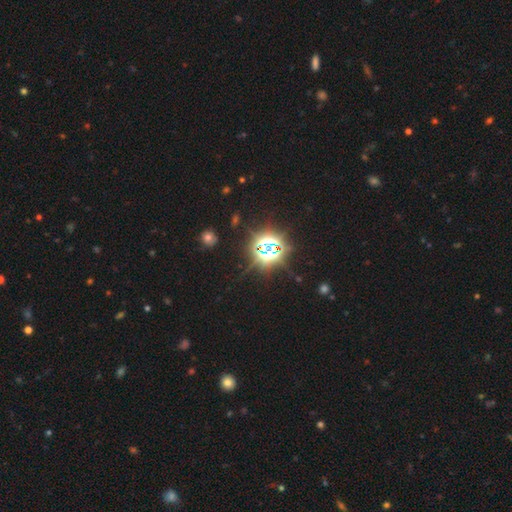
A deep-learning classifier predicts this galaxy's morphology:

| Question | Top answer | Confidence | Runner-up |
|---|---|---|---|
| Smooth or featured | star or artifact | 80% | smooth (12%) |